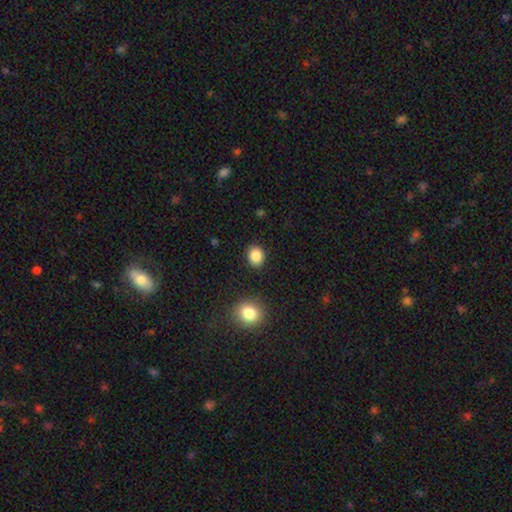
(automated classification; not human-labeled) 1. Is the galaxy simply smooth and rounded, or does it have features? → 86% smooth, 10% star or artifact, 4% featured or disk.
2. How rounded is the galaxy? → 60% round, 39% in between, 1% cigar-shaped.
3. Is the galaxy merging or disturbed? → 89% none, 7% minor disturbance, 2% major disturbance, 2% merger.